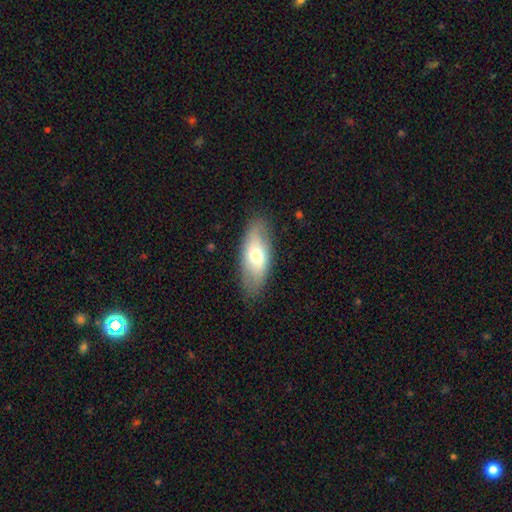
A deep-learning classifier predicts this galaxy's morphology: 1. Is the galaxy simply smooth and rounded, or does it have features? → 60% smooth, 34% featured or disk, 6% star or artifact.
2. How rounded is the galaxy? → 80% in between, 17% cigar-shaped, 3% round.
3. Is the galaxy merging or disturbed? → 82% none, 14% minor disturbance, 3% major disturbance, 1% merger.